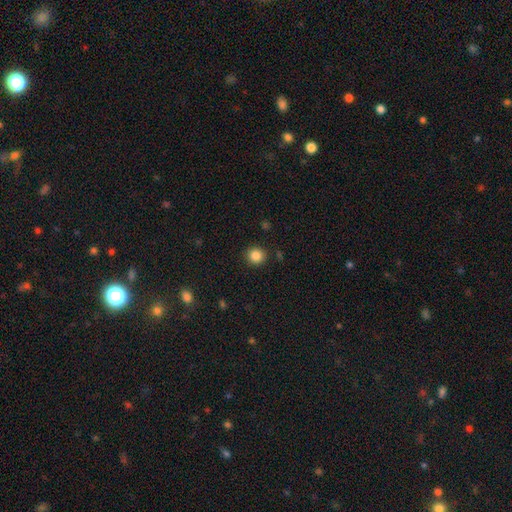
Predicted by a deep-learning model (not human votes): Q: Smooth or featured?
A: smooth (85%); runner-up: star or artifact (11%)
Q: How rounded?
A: round (90%); runner-up: in between (9%)
Q: Merging?
A: none (91%); runner-up: minor disturbance (6%)